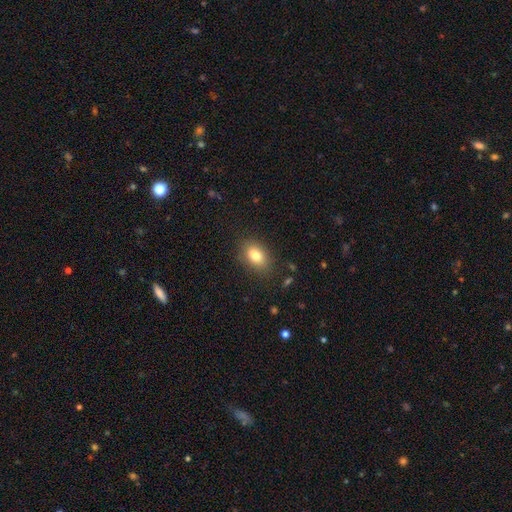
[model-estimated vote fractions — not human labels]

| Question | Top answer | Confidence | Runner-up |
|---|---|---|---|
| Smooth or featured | smooth | 78% | featured or disk (13%) |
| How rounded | in between | 83% | round (15%) |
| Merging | none | 72% | minor disturbance (15%) |